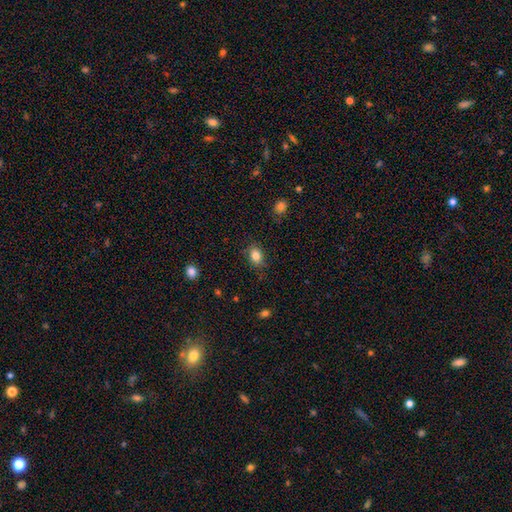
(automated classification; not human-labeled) A smooth galaxy with no disk features (83%) that is in between round and cigar-shaped (70%).

Vote fractions:
- Smooth or featured? smooth: 83% / star or artifact: 10% / featured or disk: 7%
- How rounded? in between: 70% / round: 29% / cigar-shaped: 1%
- Merging? none: 81% / minor disturbance: 15% / major disturbance: 3% / merger: 1%